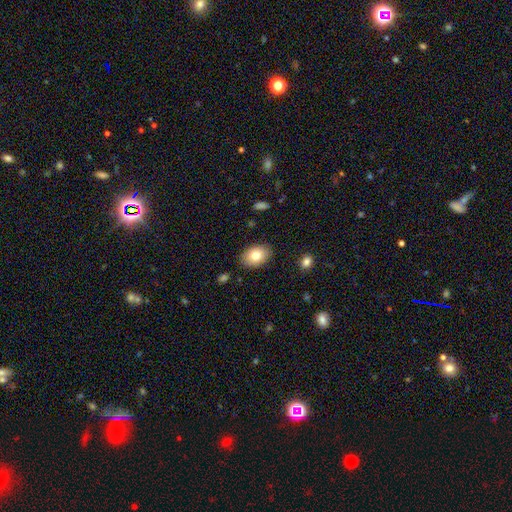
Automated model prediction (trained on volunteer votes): Smooth or featured? Predicted: smooth (p=0.80). How rounded? Predicted: in between (p=0.85). Merging? Predicted: none (p=0.87).